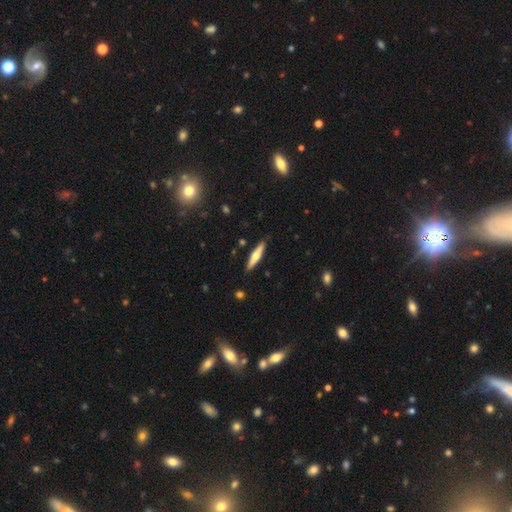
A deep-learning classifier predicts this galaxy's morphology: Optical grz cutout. It shows a featured or disk galaxy (48%). Merging: none (88%).